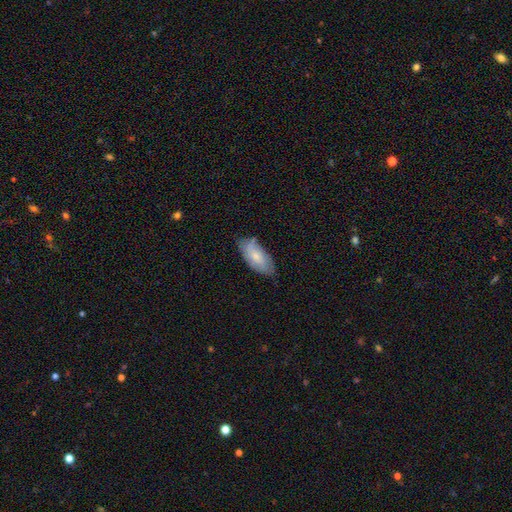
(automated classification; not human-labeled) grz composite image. It shows a smooth galaxy with no disk features (70%) that is in between round and cigar-shaped (89%). Merging: none (69%).